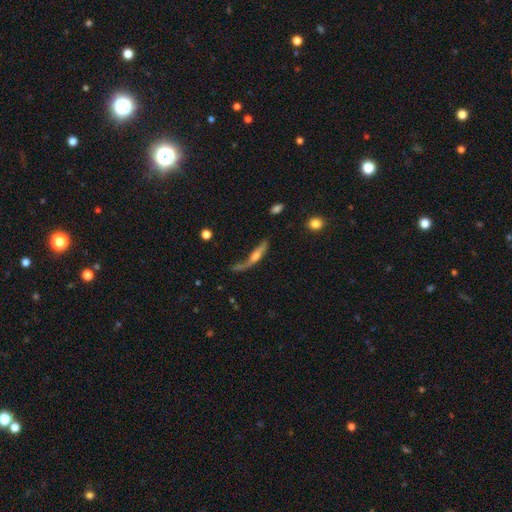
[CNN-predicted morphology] type=featured or disk (53%); edge-on=yes (67%); merging=major disturbance (35%).